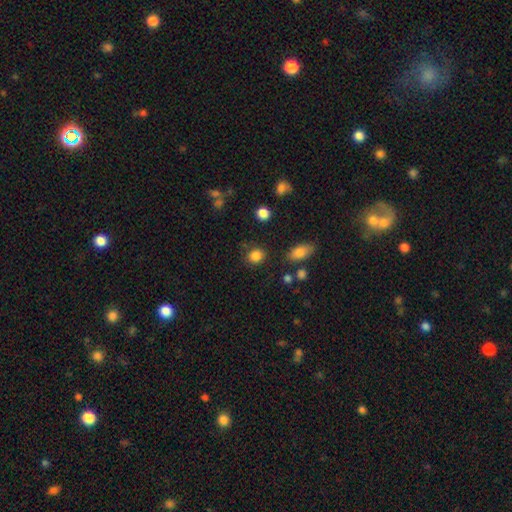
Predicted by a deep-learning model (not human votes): A smooth galaxy with no disk features (85%) that is round (72%).

Vote fractions:
- Smooth or featured? smooth: 85% / star or artifact: 10% / featured or disk: 5%
- How rounded? round: 72% / in between: 27% / cigar-shaped: 1%
- Merging? none: 81% / minor disturbance: 12% / major disturbance: 4% / merger: 4%